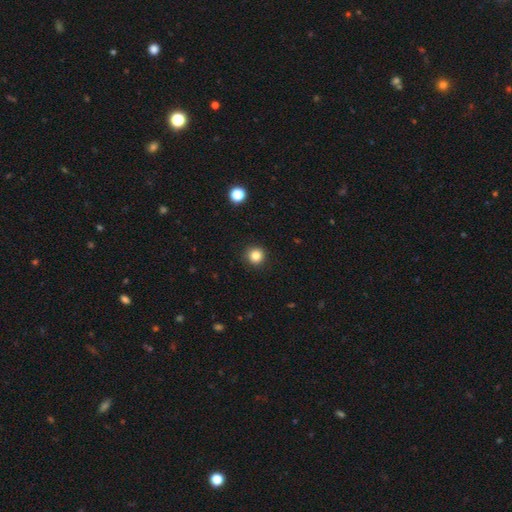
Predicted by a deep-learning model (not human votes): Smooth or featured: smooth — 84% (star or artifact — 12%)
How rounded: round — 94% (in between — 5%)
Merging: none — 93% (minor disturbance — 5%)